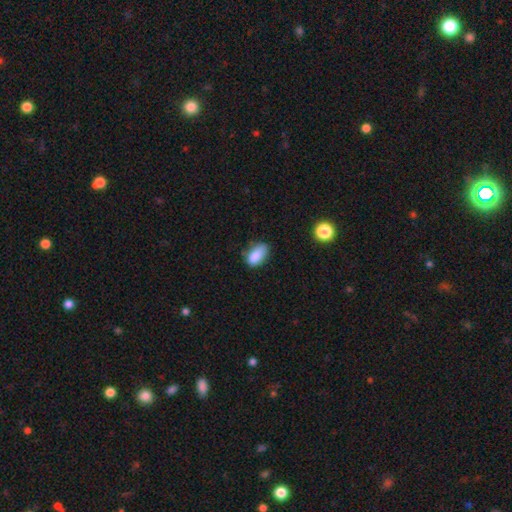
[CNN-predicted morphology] Smooth or featured?
  - smooth: 86% *
  - star or artifact: 9%
  - featured or disk: 6%
How rounded?
  - in between: 91% *
  - round: 6%
  - cigar-shaped: 4%
Merging?
  - none: 60% *
  - minor disturbance: 31%
  - major disturbance: 6%
  - merger: 2%